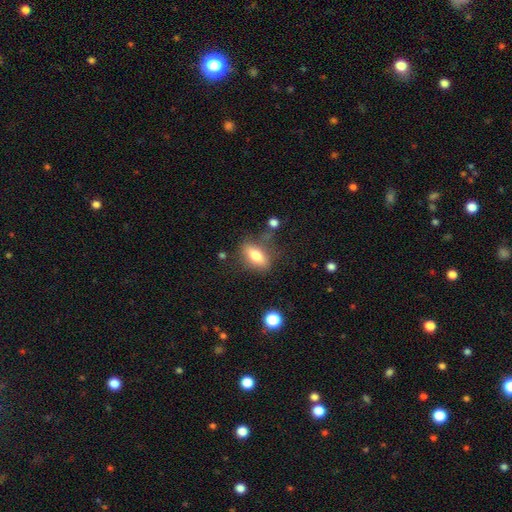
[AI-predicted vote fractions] This appears to be a smooth galaxy with no disk features (69%) that is in between round and cigar-shaped (75%). Merging: none (71%).